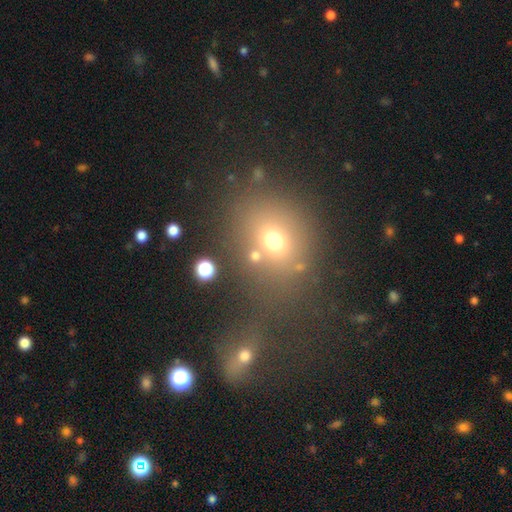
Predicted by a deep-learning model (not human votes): Q: Smooth or featured?
A: smooth (67%); runner-up: star or artifact (19%)
Q: How rounded?
A: round (64%); runner-up: in between (35%)
Q: Merging?
A: none (63%); runner-up: minor disturbance (14%)